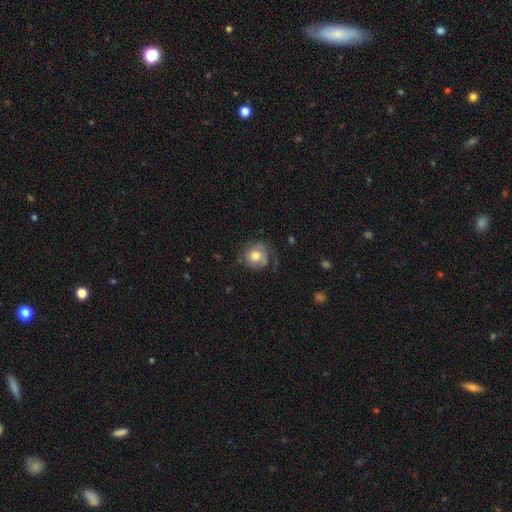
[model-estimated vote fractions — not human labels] Smooth or featured: smooth — 55% (featured or disk — 37%)
How rounded: round — 83% (in between — 16%)
Merging: none — 57% (minor disturbance — 23%)